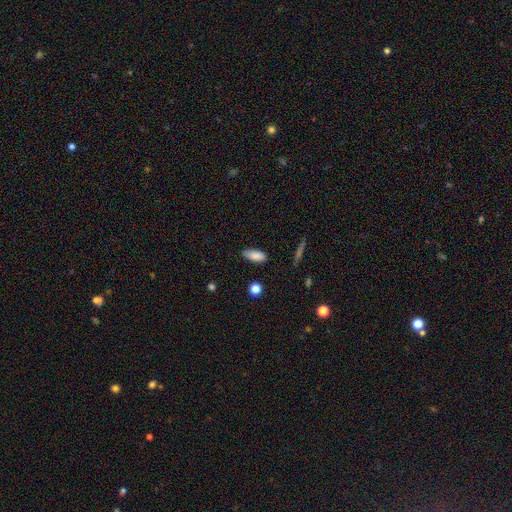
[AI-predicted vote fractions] This is clearly a smooth galaxy (86%). How rounded: clearly in between (81%). Merging: clearly none (80%).